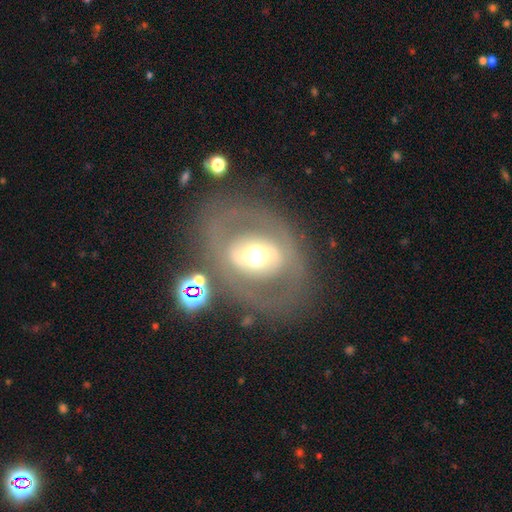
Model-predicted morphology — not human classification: Smooth or featured?
  - featured or disk: 61% *
  - smooth: 30%
  - star or artifact: 9%
Edge-on disk?
  - no: 92% *
  - yes: 8%
Bar?
  - no: 42% *
  - strong: 32%
  - weak: 26%
Spiral arms?
  - no: 83% *
  - yes: 17%
Bulge size?
  - moderate: 63% *
  - large: 23%
  - small: 10%
  - dominant: 3%
  - none: 1%
Merging?
  - none: 72% *
  - minor disturbance: 12%
  - major disturbance: 11%
  - merger: 5%